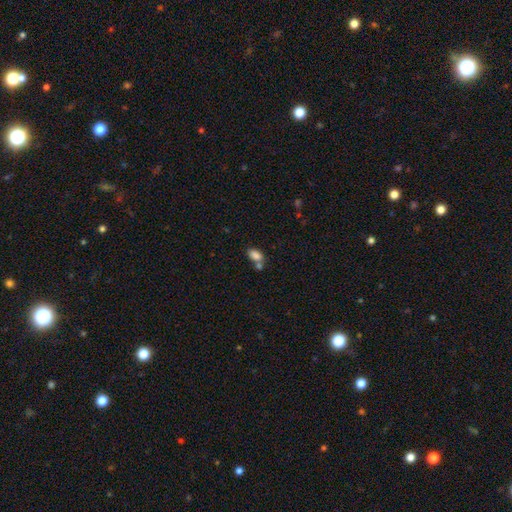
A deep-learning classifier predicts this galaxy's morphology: Smooth or featured? Predicted: smooth (p=0.83). How rounded? Predicted: in between (p=0.90). Merging? Predicted: none (p=0.44).